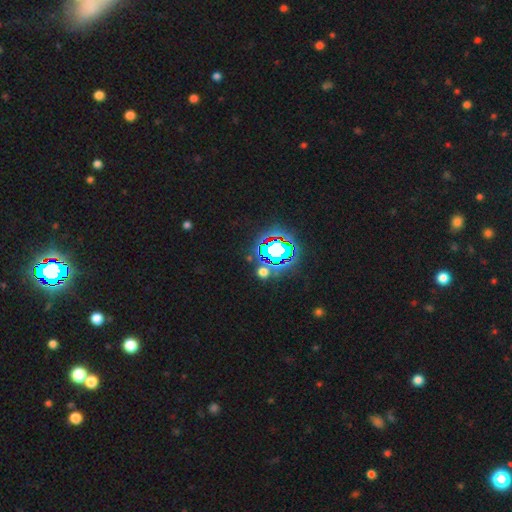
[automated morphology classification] A star or artifact, not a galaxy (81%).

Vote fractions:
- Smooth or featured? star or artifact: 81% / smooth: 12% / featured or disk: 7%